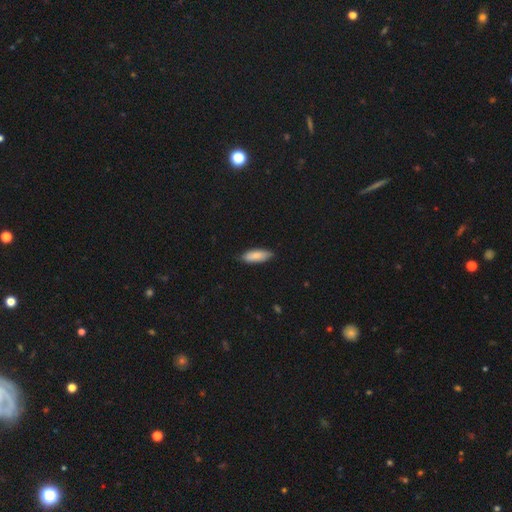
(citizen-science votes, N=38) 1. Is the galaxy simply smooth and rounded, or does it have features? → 79% smooth, 18% featured or disk, 3% star or artifact.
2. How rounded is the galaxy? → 77% in between, 23% cigar-shaped, 0% round.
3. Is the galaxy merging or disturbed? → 89% none, 11% minor disturbance, 0% major disturbance, 0% merger.